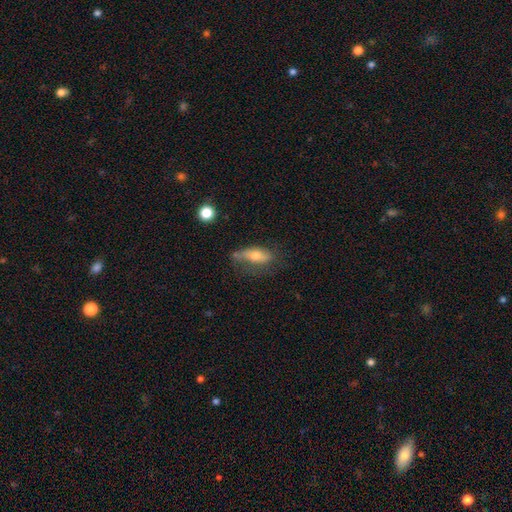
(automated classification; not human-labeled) A smooth galaxy with no disk features (55%) that is in between round and cigar-shaped (70%).

Vote fractions:
- Smooth or featured? smooth: 55% / featured or disk: 36% / star or artifact: 8%
- How rounded? in between: 70% / cigar-shaped: 26% / round: 4%
- Merging? none: 50% / minor disturbance: 30% / major disturbance: 15% / merger: 5%